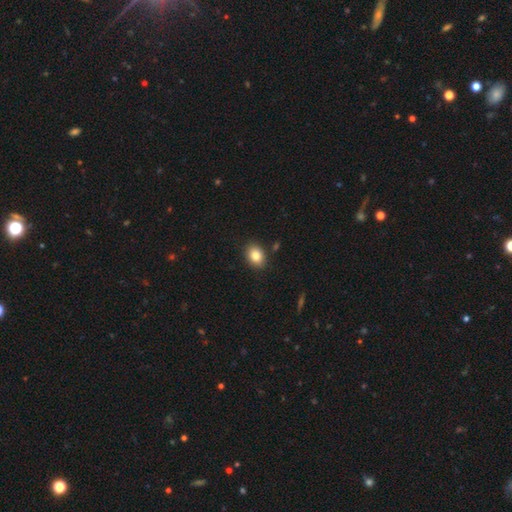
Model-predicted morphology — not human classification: smooth_or_featured: smooth (p=0.83) [alt: star or artifact p=0.09]
how_rounded: in between (p=0.68) [alt: round p=0.31]
merging: none (p=0.87) [alt: minor disturbance p=0.09]